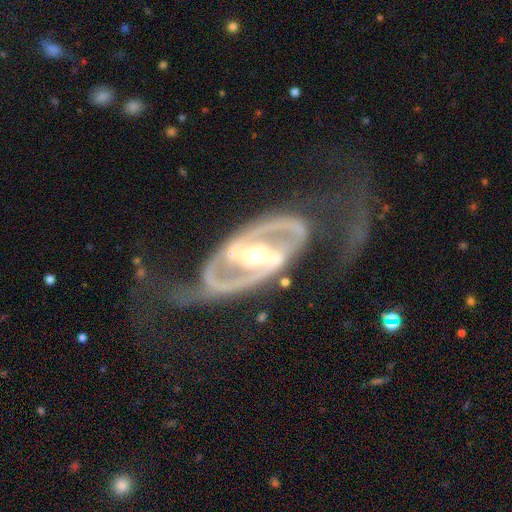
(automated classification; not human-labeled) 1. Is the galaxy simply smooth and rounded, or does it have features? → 91% featured or disk, 5% star or artifact, 4% smooth.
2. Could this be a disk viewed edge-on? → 96% no, 4% yes.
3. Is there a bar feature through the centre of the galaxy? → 55% strong, 28% weak, 17% no.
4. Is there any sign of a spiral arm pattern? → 95% yes, 5% no.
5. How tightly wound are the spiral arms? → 53% medium, 29% tight, 19% loose.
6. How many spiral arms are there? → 92% 2, 3% can't tell, 2% 3, 1% 1, 1% 4, 1% more than 4.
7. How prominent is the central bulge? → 53% moderate, 42% small, 3% large, 1% none, 1% dominant.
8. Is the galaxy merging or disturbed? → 49% none, 22% major disturbance, 21% minor disturbance, 7% merger.